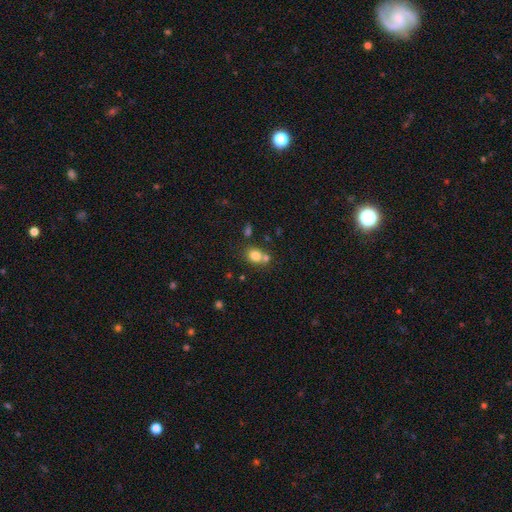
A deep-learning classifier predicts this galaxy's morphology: A smooth galaxy with no disk features (79%) that is round (63%).

Vote fractions:
- Smooth or featured? smooth: 79% / star or artifact: 12% / featured or disk: 9%
- How rounded? round: 63% / in between: 36% / cigar-shaped: 1%
- Merging? none: 51% / merger: 34% / minor disturbance: 11% / major disturbance: 4%